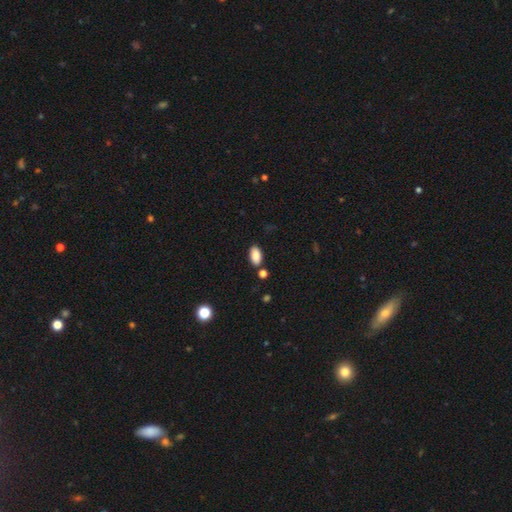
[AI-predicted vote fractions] A smooth galaxy with no disk features (86%) that is in between round and cigar-shaped (93%).

Vote fractions:
- Smooth or featured? smooth: 86% / star or artifact: 8% / featured or disk: 6%
- How rounded? in between: 93% / round: 4% / cigar-shaped: 3%
- Merging? none: 81% / minor disturbance: 11% / merger: 5% / major disturbance: 3%